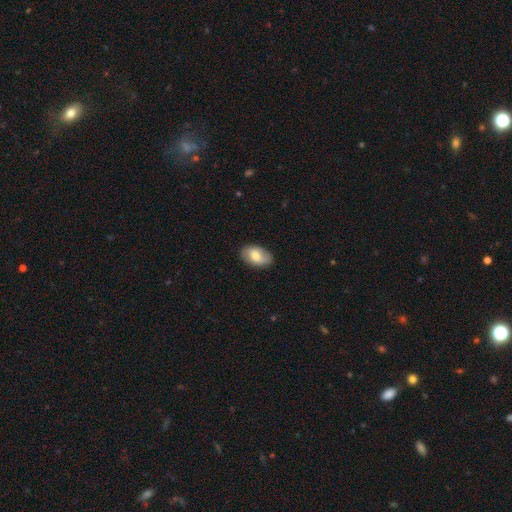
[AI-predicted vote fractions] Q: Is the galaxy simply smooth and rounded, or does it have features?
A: smooth — 69%.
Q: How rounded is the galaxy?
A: in between — 91%.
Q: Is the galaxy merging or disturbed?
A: none — 85%.